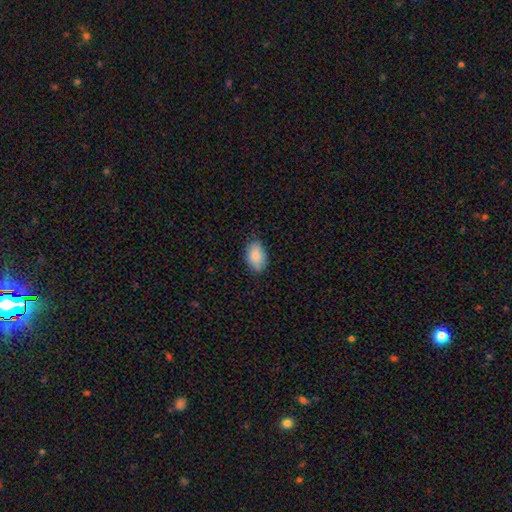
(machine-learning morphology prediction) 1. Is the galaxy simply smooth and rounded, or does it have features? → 87% smooth, 7% star or artifact, 6% featured or disk.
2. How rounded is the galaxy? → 90% in between, 9% round, 1% cigar-shaped.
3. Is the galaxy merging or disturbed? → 79% none, 18% minor disturbance, 3% major disturbance, 1% merger.